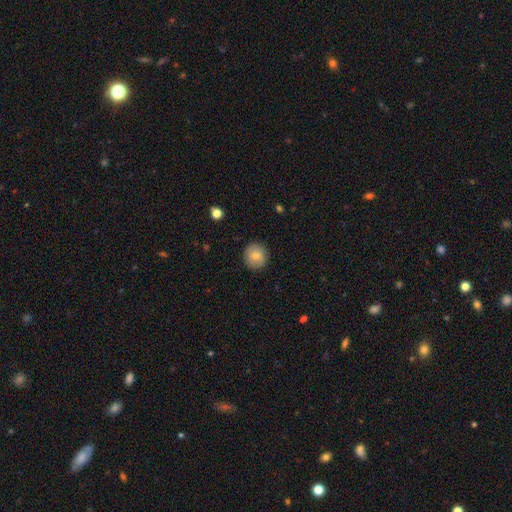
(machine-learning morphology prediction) Smooth or featured?
  - smooth: 72% *
  - featured or disk: 20%
  - star or artifact: 8%
How rounded?
  - round: 90% *
  - in between: 9%
  - cigar-shaped: 1%
Merging?
  - none: 87% *
  - minor disturbance: 9%
  - major disturbance: 2%
  - merger: 1%